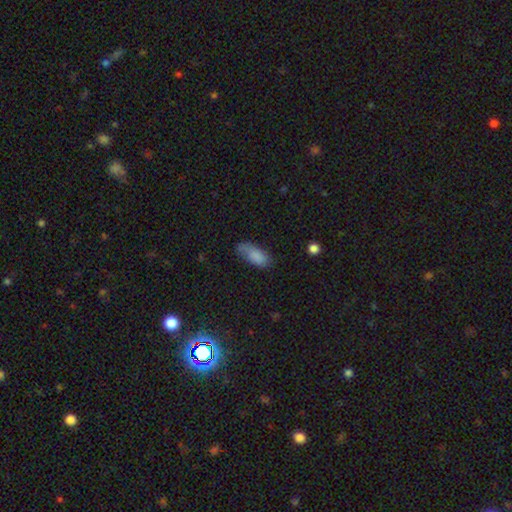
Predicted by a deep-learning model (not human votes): A smooth galaxy with no disk features (83%) that is in between round and cigar-shaped (84%). Merging: none (57%).